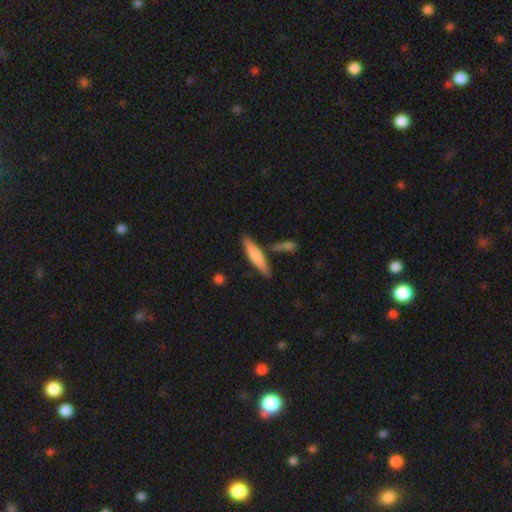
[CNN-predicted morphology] Overall: smooth (66%; featured or disk 28%). How rounded: cigar-shaped (84%). Merging: none (78%).